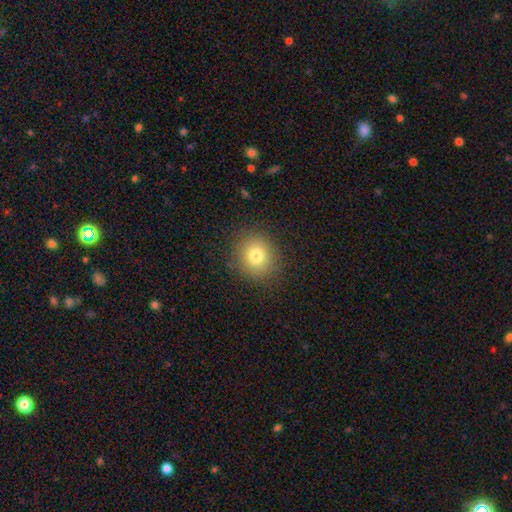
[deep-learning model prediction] Smooth or featured: smooth — 78% (star or artifact — 13%)
How rounded: round — 85% (in between — 14%)
Merging: none — 88% (minor disturbance — 8%)